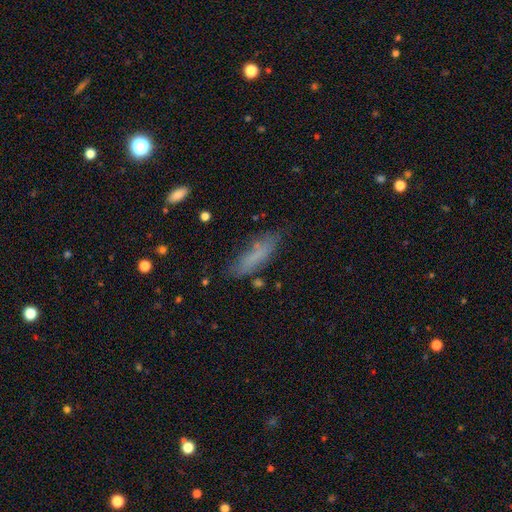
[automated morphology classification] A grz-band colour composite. It shows a smooth galaxy with no disk features (70%) that is cigar-shaped (60%). Merging: none (69%).